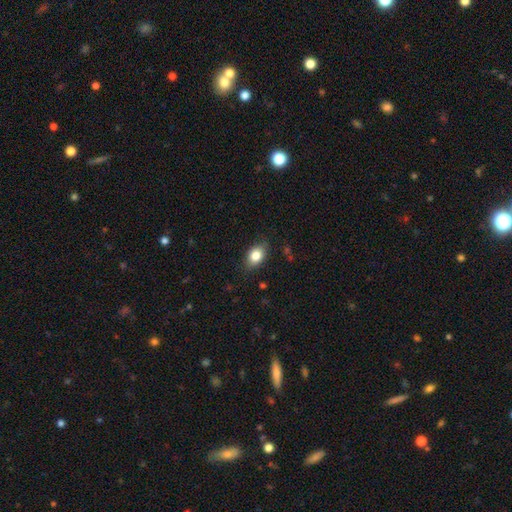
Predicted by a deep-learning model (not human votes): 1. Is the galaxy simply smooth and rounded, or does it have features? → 81% smooth, 10% featured or disk, 9% star or artifact.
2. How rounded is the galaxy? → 75% in between, 23% round, 2% cigar-shaped.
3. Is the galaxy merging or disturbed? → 81% none, 14% minor disturbance, 3% major disturbance, 1% merger.